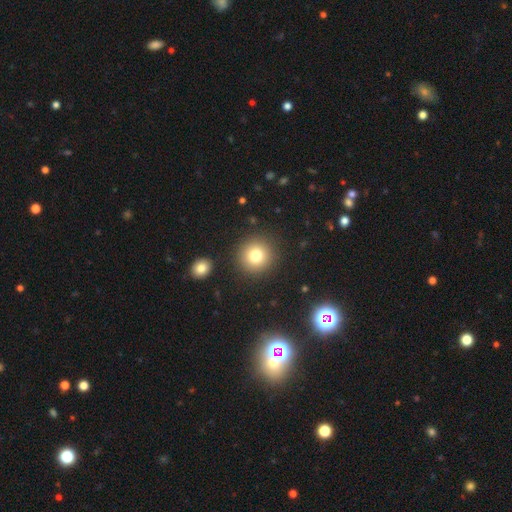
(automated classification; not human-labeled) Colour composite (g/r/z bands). It shows a smooth galaxy with no disk features (78%) that is round (94%). Merging: none (89%).